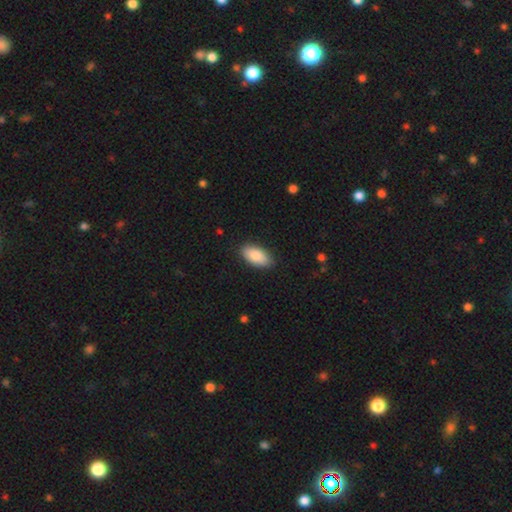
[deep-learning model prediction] Smooth or featured? smooth (86%)
How rounded? in between (94%)
Merging? none (88%)